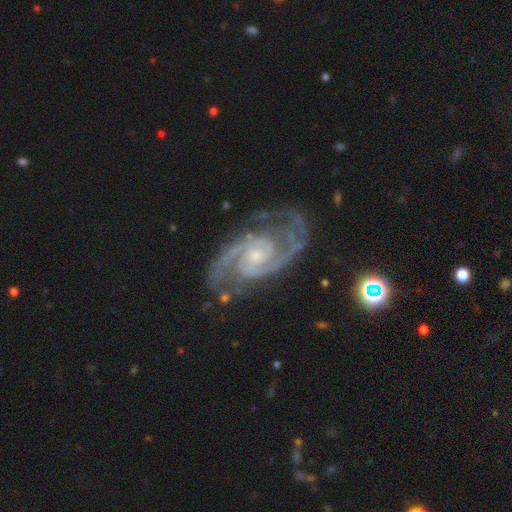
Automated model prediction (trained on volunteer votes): Smooth or featured? Predicted: featured or disk (p=0.94). Edge-on disk? Predicted: no (p=0.98). Bar? Predicted: no (p=0.55). Spiral arms? Predicted: yes (p=0.99). Spiral winding? Predicted: medium (p=0.52). Spiral arm count? Predicted: 2 (p=0.88). Bulge size? Predicted: small (p=0.61). Merging? Predicted: none (p=0.75).